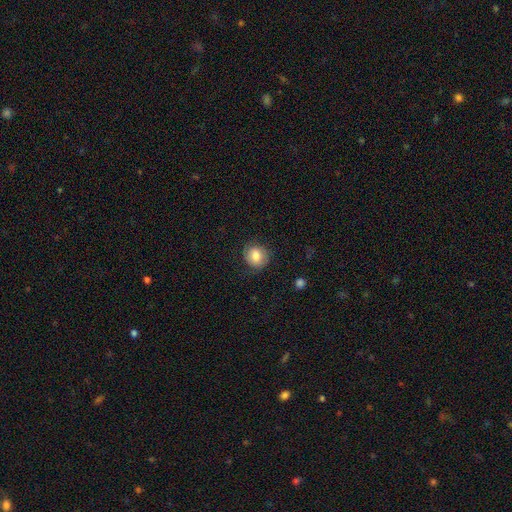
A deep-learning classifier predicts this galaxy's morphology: Smooth or featured? smooth (79%)
How rounded? round (78%)
Merging? none (78%)